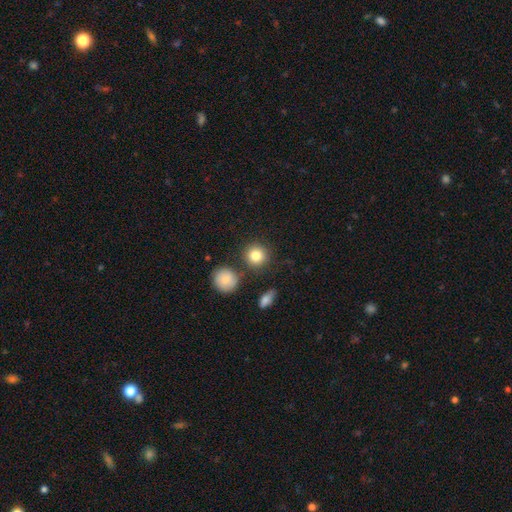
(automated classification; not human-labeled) A smooth galaxy with no disk features (83%) that is round (90%).

Vote fractions:
- Smooth or featured? smooth: 83% / star or artifact: 9% / featured or disk: 8%
- How rounded? round: 90% / in between: 9% / cigar-shaped: 1%
- Merging? none: 81% / minor disturbance: 9% / merger: 7% / major disturbance: 3%